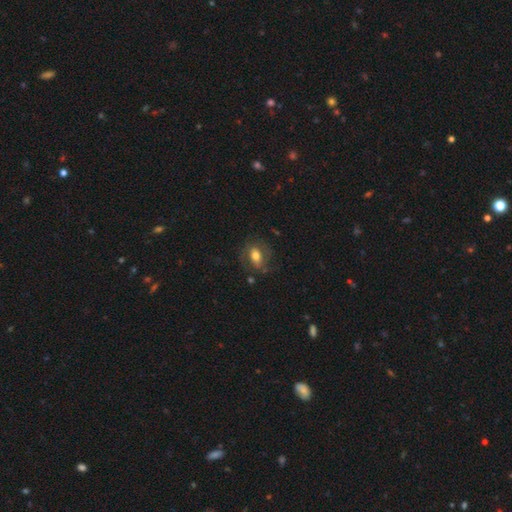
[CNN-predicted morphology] Smooth or featured? Predicted: smooth (p=0.56). How rounded? Predicted: in between (p=0.73). Merging? Predicted: none (p=0.63).